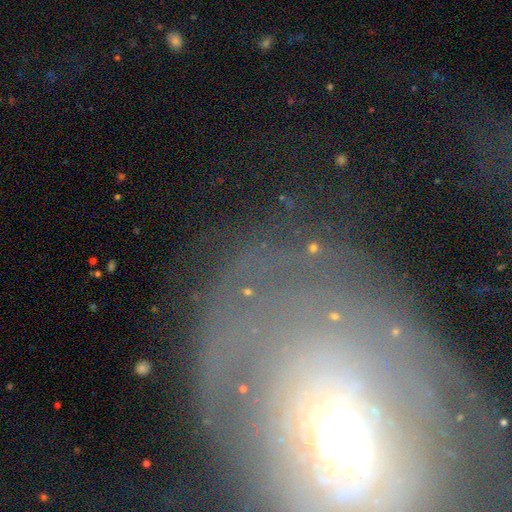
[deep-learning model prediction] This is possibly a featured or disk galaxy (60%). It is clearly not viewed edge-on (91%). Bar: likely no (72%). Spiral arm pattern: possibly no (54%). Central bulge: likely moderate (62%). Merging: possibly none (55%).